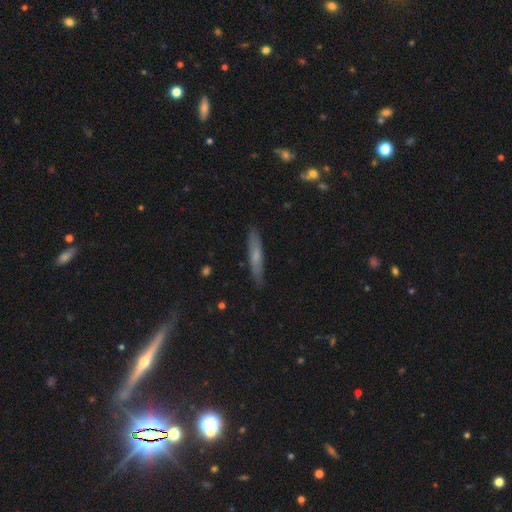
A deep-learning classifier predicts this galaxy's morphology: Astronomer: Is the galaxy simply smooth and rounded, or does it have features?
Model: smooth — 55% (runner-up: featured or disk, 38%).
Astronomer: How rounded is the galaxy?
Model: cigar-shaped — 90%.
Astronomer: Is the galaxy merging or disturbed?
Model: none — 87%.